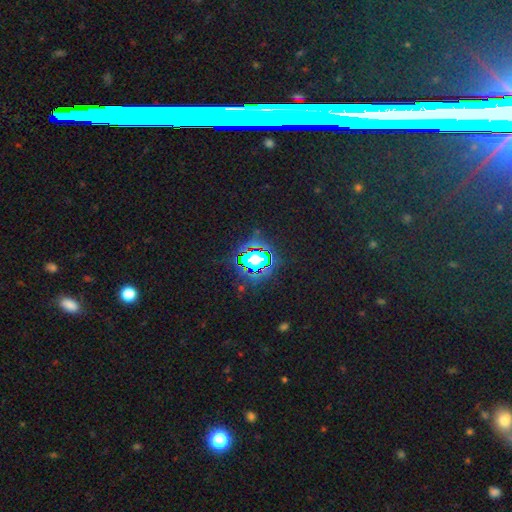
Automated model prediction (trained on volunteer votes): smooth_or_featured: star or artifact (p=0.73) [alt: smooth p=0.13]